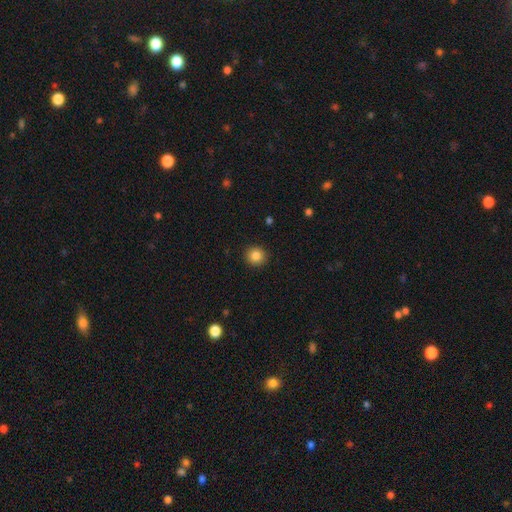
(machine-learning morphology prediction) This appears to be a smooth galaxy with no disk features (85%) that is round (93%). Merging: none (92%).